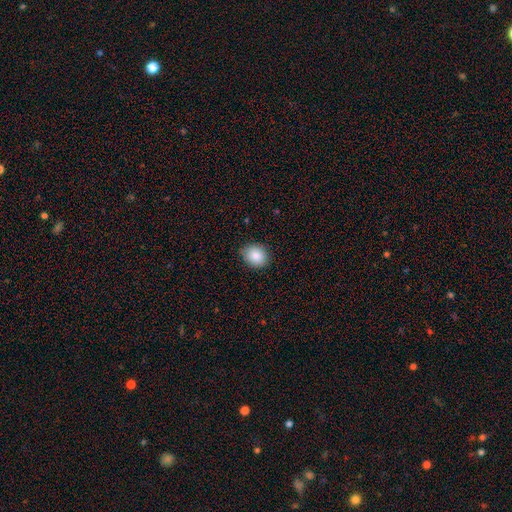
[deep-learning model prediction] A smooth galaxy with no disk features (87%) that is round (53%). Merging: none (83%).